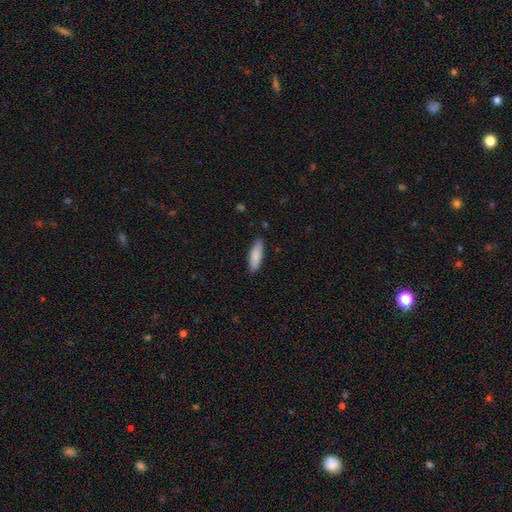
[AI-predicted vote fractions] Smooth or featured? Predicted: smooth (p=0.84). How rounded? Predicted: cigar-shaped (p=0.55). Merging? Predicted: none (p=0.86).